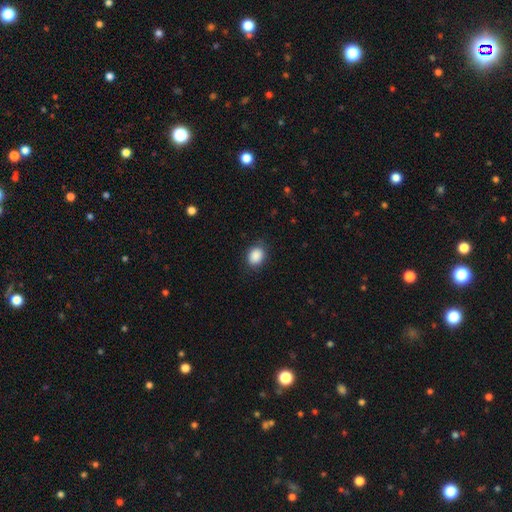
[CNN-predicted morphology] The model was most divided on "how rounded": in between: 57%, round: 42%, cigar-shaped: 1%. More confident: smooth or featured — smooth (89%); merging — none (82%).